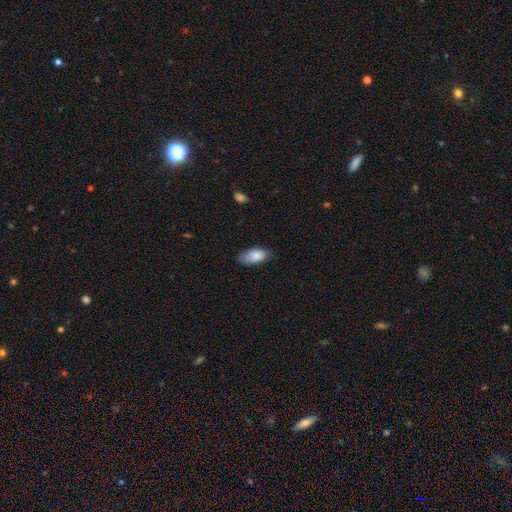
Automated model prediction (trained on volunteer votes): A smooth galaxy with no disk features (85%) that is in between round and cigar-shaped (92%).

Vote fractions:
- Smooth or featured? smooth: 85% / featured or disk: 8% / star or artifact: 6%
- How rounded? in between: 92% / cigar-shaped: 5% / round: 3%
- Merging? none: 68% / minor disturbance: 25% / major disturbance: 5% / merger: 1%